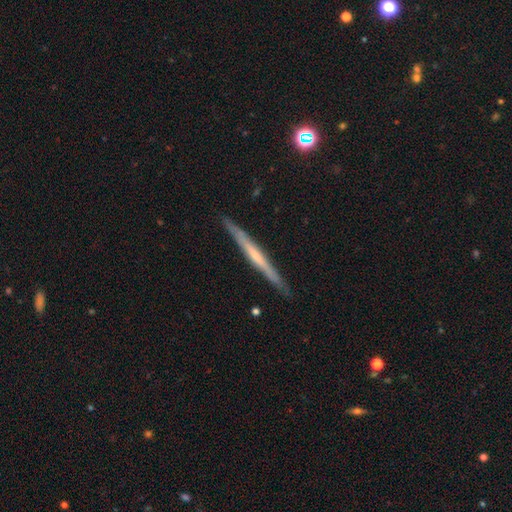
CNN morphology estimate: Smooth or featured? featured or disk (62%)
Edge-on disk? yes (97%)
Edge-on bulge? none (65%)
Merging? none (91%)